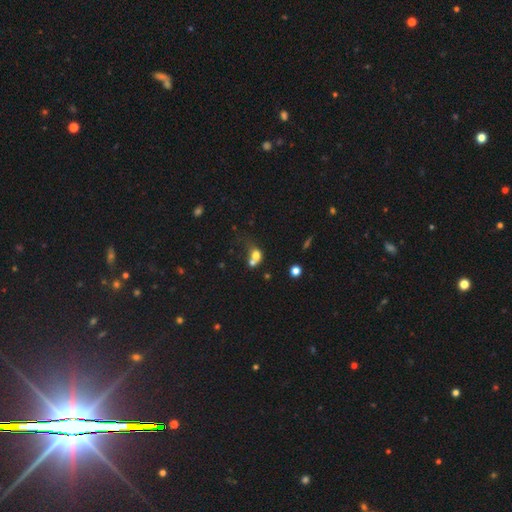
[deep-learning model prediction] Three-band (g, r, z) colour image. It shows a smooth galaxy with no disk features (69%) that is round (55%). Merging: merger (58%).